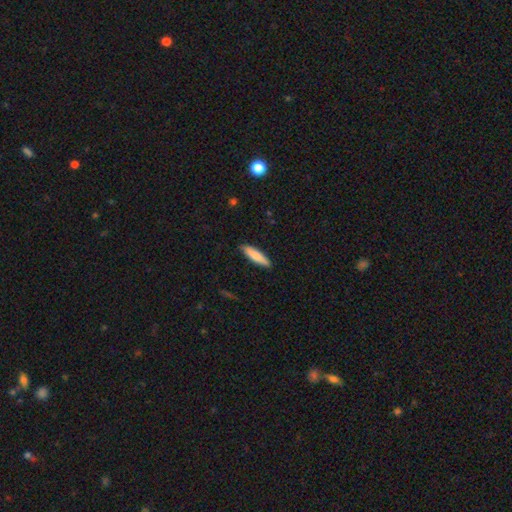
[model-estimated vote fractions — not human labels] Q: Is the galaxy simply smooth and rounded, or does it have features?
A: smooth — 79%.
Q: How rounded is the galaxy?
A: cigar-shaped — 74%.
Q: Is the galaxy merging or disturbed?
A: none — 88%.